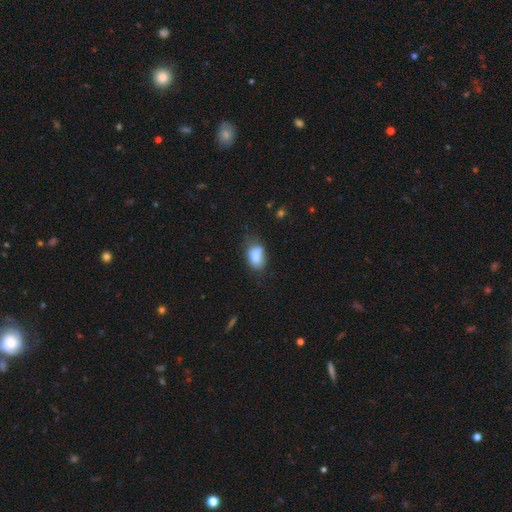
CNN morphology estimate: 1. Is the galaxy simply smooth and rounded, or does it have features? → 80% smooth, 11% featured or disk, 9% star or artifact.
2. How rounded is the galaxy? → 85% in between, 13% round, 2% cigar-shaped.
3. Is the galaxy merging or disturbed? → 48% none, 31% minor disturbance, 11% major disturbance, 10% merger.